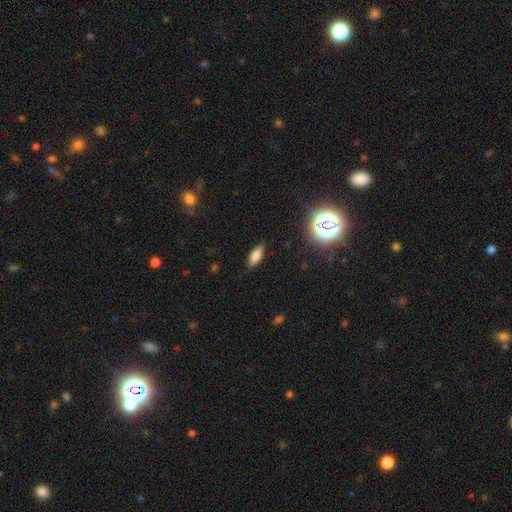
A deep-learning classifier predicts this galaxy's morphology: Q: Smooth or featured?
A: smooth (75%); runner-up: featured or disk (13%)
Q: How rounded?
A: in between (75%); runner-up: cigar-shaped (22%)
Q: Merging?
A: none (86%); runner-up: minor disturbance (11%)